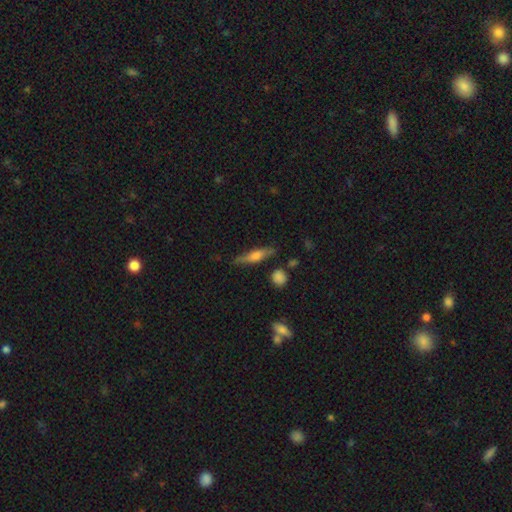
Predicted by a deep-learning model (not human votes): A featured or disk galaxy (47%).

Vote fractions:
- Smooth or featured? featured or disk: 47% / smooth: 46% / star or artifact: 7%
- Merging? none: 80% / minor disturbance: 14% / major disturbance: 3% / merger: 3%